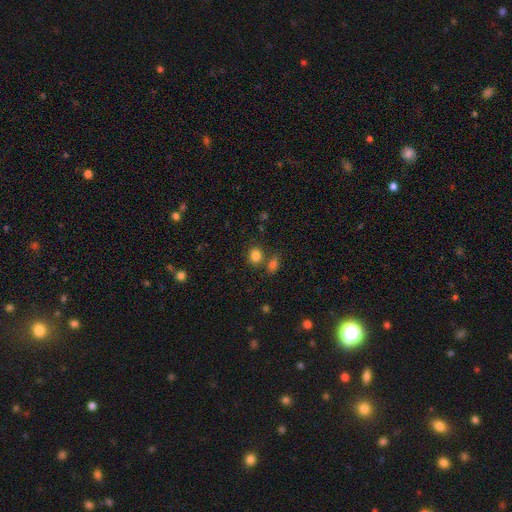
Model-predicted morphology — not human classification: A smooth galaxy with no disk features (82%) that is round (69%). Merging: none (67%).